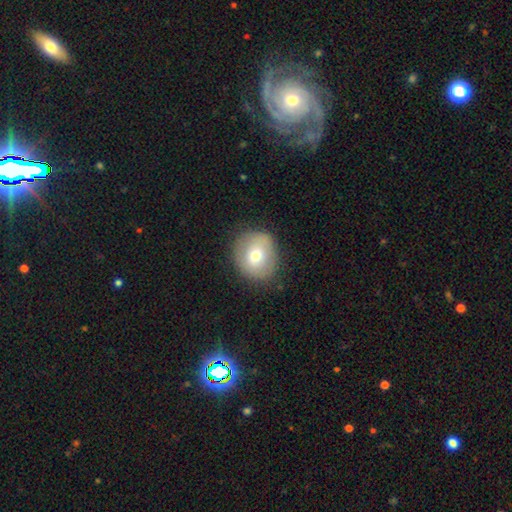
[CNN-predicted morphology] The model was most divided on "smooth or featured": smooth: 68%, featured or disk: 22%, star or artifact: 9%. More confident: how rounded — round (84%); merging — none (83%).